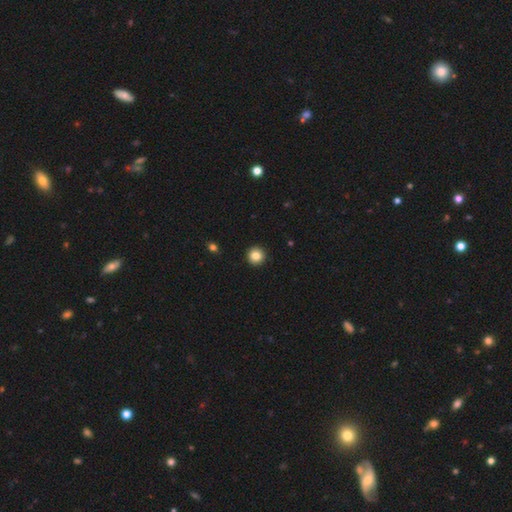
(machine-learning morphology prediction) A smooth galaxy with no disk features (84%) that is round (95%).

Vote fractions:
- Smooth or featured? smooth: 84% / star or artifact: 10% / featured or disk: 6%
- How rounded? round: 95% / in between: 4% / cigar-shaped: 1%
- Merging? none: 94% / minor disturbance: 4% / major disturbance: 1% / merger: 1%